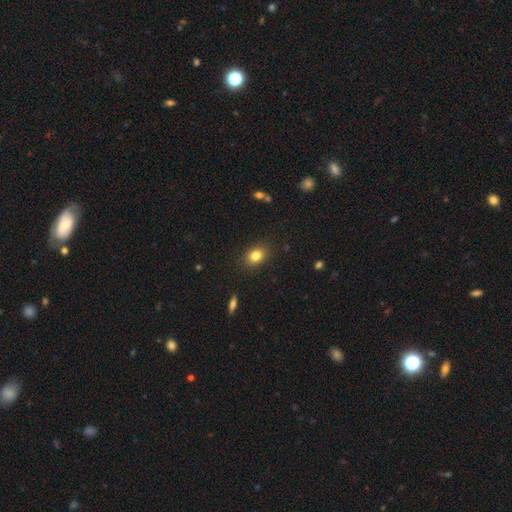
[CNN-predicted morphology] Overall: smooth (82%). How rounded: in between (61%; round 38%). Merging: none (87%).